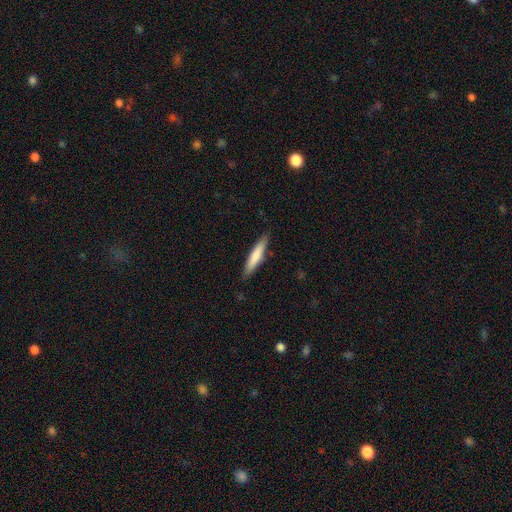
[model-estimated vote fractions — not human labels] Smooth or featured?
  - smooth: 73% *
  - featured or disk: 22%
  - star or artifact: 5%
How rounded?
  - cigar-shaped: 89% *
  - in between: 10%
  - round: 1%
Merging?
  - none: 87% *
  - minor disturbance: 10%
  - major disturbance: 2%
  - merger: 1%